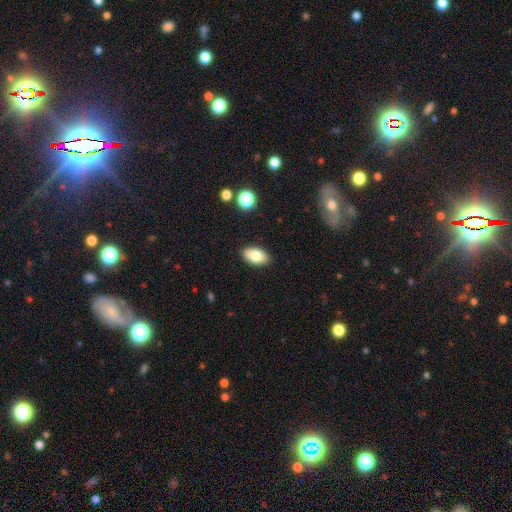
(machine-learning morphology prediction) A smooth galaxy with no disk features (81%) that is in between round and cigar-shaped (93%). Merging: none (88%).